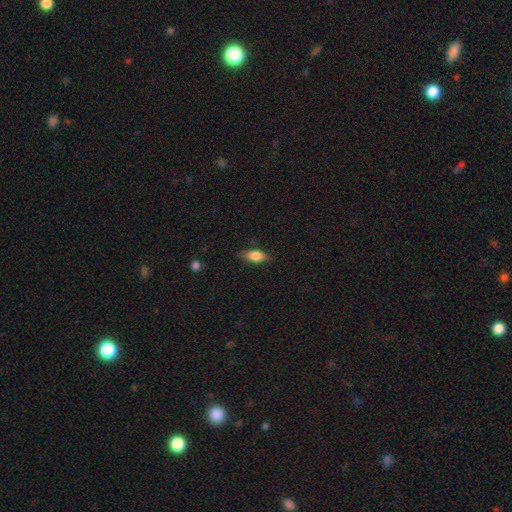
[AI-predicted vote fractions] A smooth galaxy with no disk features (75%) that is in between round and cigar-shaped (81%). Merging: none (79%).